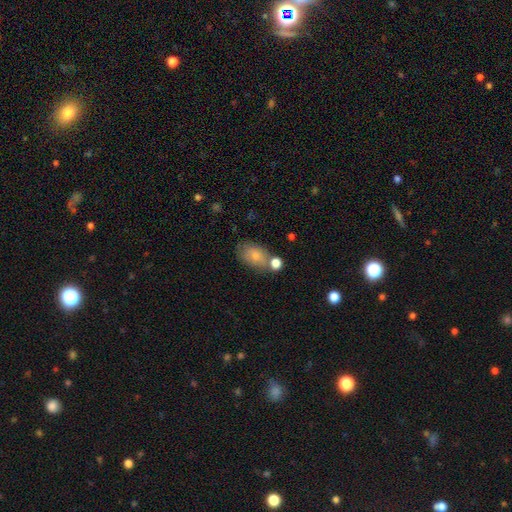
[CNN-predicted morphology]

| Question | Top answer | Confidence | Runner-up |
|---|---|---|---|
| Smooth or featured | smooth | 77% | featured or disk (15%) |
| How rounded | in between | 84% | round (15%) |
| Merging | none | 53% | merger (21%) |